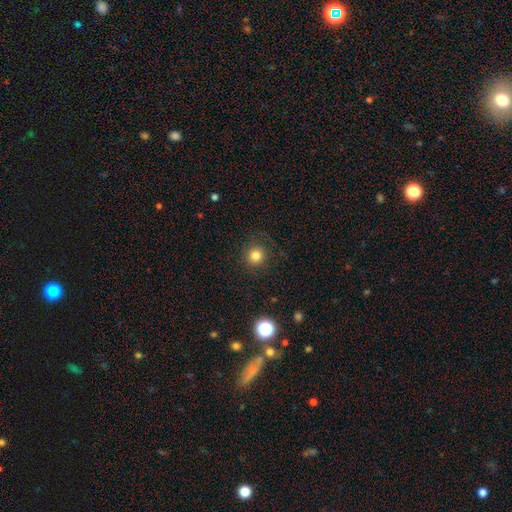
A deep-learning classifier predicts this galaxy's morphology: type=smooth (81%); roundness=round (93%); merging=none (86%).